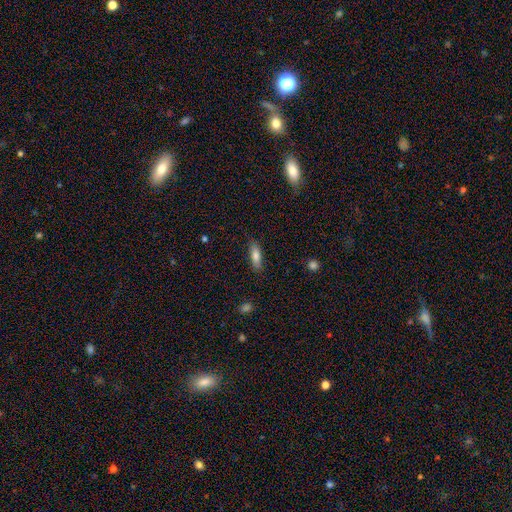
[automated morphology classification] smooth 79%, featured or disk 14%, star or artifact 7%. Down the decision tree: how rounded — in between (50%); merging — none (85%).